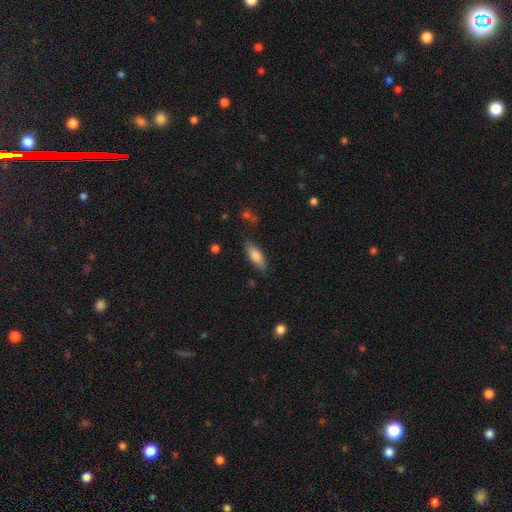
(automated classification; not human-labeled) Smooth or featured?
  - smooth: 78% *
  - featured or disk: 15%
  - star or artifact: 6%
How rounded?
  - in between: 67% *
  - cigar-shaped: 31%
  - round: 2%
Merging?
  - none: 80% *
  - minor disturbance: 15%
  - major disturbance: 3%
  - merger: 2%